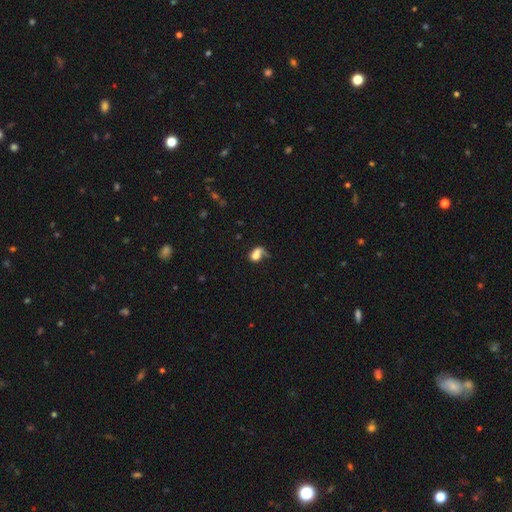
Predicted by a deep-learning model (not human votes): Morphology: type=smooth (63%); roundness=in between (69%); merging=major disturbance (33%).